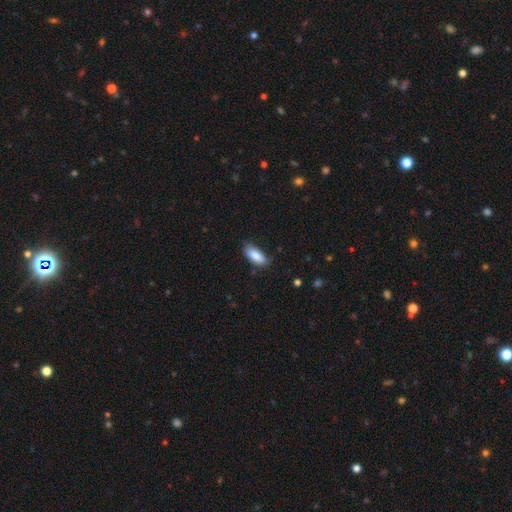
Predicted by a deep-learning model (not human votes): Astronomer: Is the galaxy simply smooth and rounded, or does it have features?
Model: smooth — 86%.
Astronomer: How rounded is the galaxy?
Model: in between — 82%.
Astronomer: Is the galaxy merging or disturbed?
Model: none — 76%.